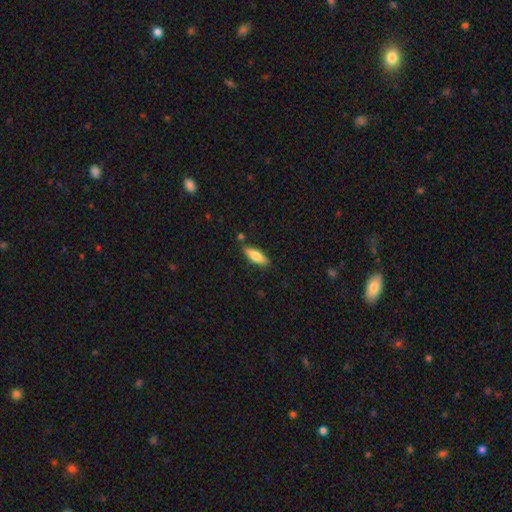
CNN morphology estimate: Smooth or featured: smooth — 75% (featured or disk — 19%)
How rounded: in between — 53% (cigar-shaped — 45%)
Merging: none — 83% (minor disturbance — 11%)